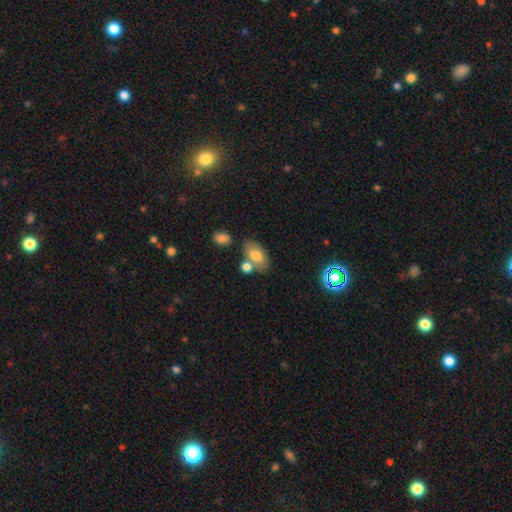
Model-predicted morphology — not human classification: This appears to be a smooth galaxy with no disk features (70%) that is in between round and cigar-shaped (91%). Merging: none (57%).